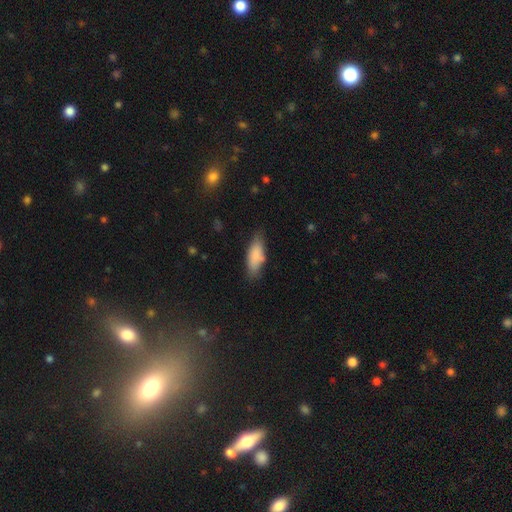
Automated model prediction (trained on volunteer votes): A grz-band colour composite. It shows a smooth galaxy with no disk features (84%) that is in between round and cigar-shaped (69%). Merging: none (72%).